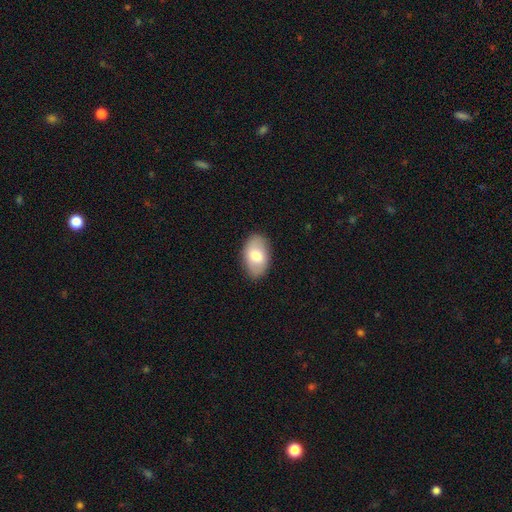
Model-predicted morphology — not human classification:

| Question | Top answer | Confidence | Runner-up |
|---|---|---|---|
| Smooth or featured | smooth | 74% | featured or disk (20%) |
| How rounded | in between | 92% | round (7%) |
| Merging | none | 87% | minor disturbance (10%) |